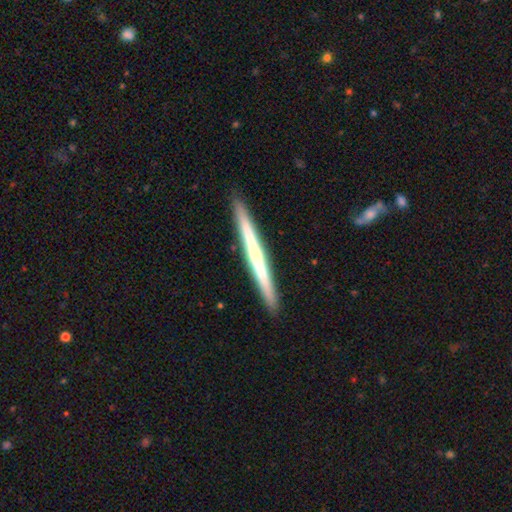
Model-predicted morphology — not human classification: The model was most divided on "smooth or featured": featured or disk: 55%, smooth: 39%, star or artifact: 6%. More confident: edge-on disk — yes (97%); merging — none (92%); edge-on bulge — none (76%).